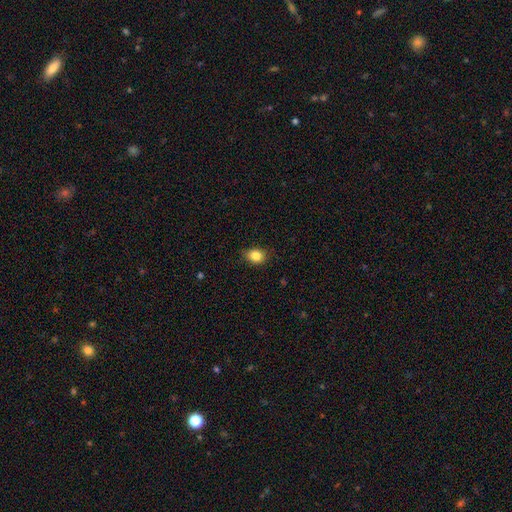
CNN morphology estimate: A smooth galaxy with no disk features (85%) that is in between round and cigar-shaped (51%). Merging: none (82%).